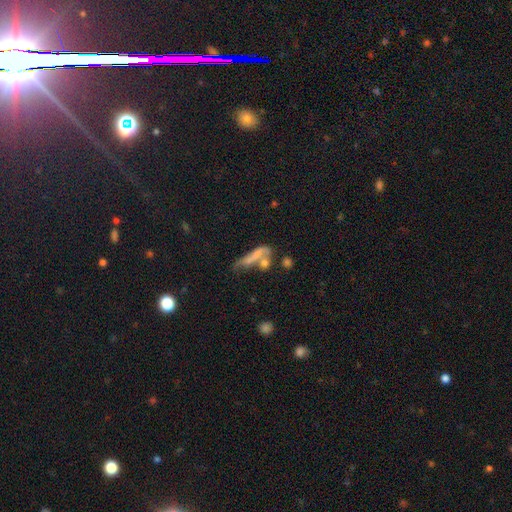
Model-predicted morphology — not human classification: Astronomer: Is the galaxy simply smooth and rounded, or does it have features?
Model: smooth — 55% (runner-up: featured or disk, 34%).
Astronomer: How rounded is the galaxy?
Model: cigar-shaped — 63%.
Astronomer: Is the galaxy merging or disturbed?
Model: merger — 35% (runner-up: none, 27%).